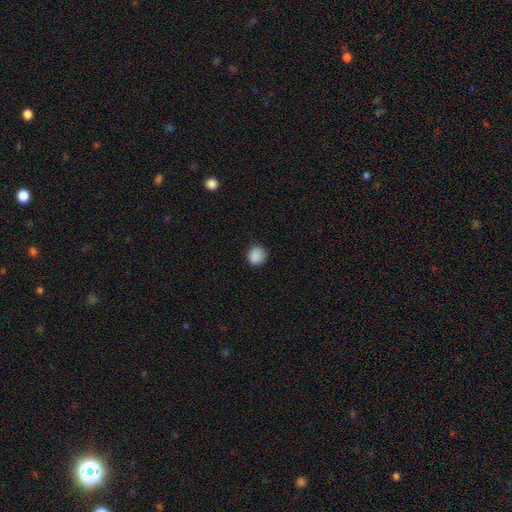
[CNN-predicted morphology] This appears to be a smooth galaxy with no disk features (88%) that is round (81%). Merging: none (83%).